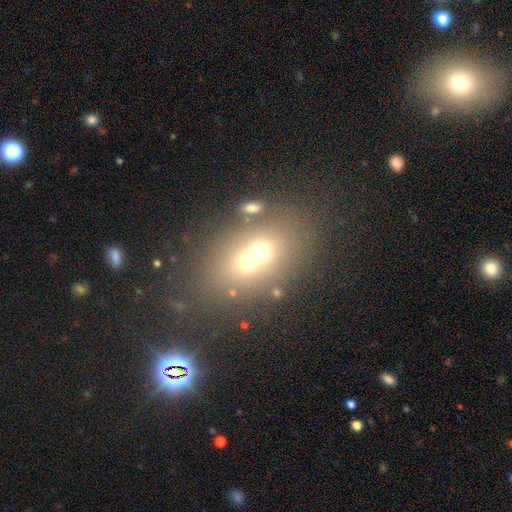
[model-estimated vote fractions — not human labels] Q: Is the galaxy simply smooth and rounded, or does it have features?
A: smooth — 54%.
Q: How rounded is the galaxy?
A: in between — 58%.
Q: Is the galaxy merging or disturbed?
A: merger — 58%.